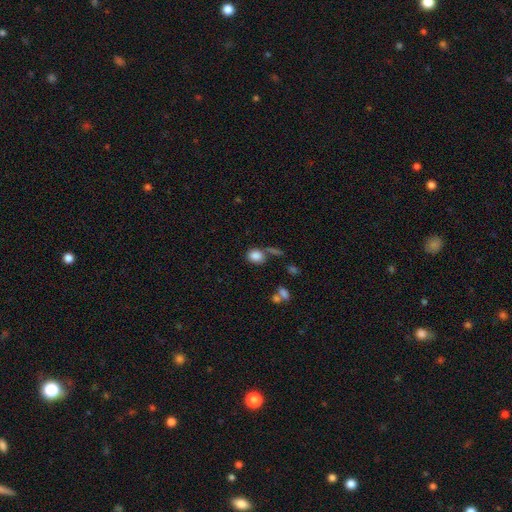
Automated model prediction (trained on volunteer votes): This is clearly a smooth galaxy (84%). How rounded: possibly round (56%). Merging: possibly none (58%).